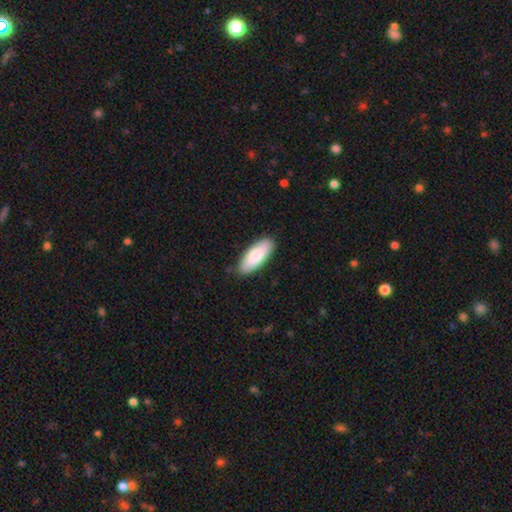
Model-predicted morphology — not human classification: This is clearly a smooth galaxy (81%). How rounded: likely in between (78%). Merging: clearly none (86%).